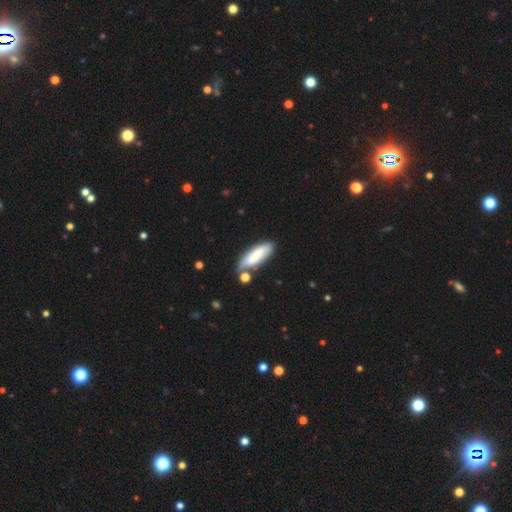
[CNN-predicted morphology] This is likely a smooth galaxy (75%). How rounded: possibly cigar-shaped (50%). Merging: likely none (63%).